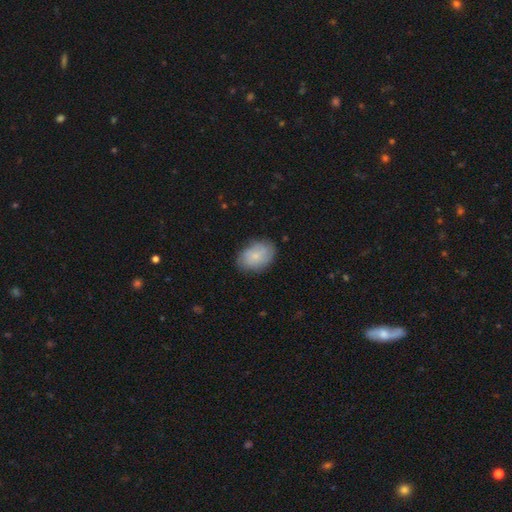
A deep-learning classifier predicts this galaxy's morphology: A smooth galaxy with no disk features (74%) that is in between round and cigar-shaped (81%).

Vote fractions:
- Smooth or featured? smooth: 74% / featured or disk: 19% / star or artifact: 7%
- How rounded? in between: 81% / round: 18% / cigar-shaped: 1%
- Merging? none: 80% / minor disturbance: 15% / major disturbance: 3% / merger: 1%